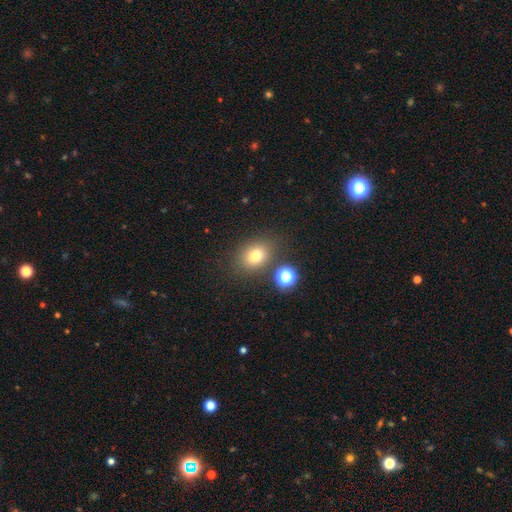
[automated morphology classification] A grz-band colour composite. It shows a smooth galaxy with no disk features (77%) that is in between round and cigar-shaped (55%). Merging: none (77%).